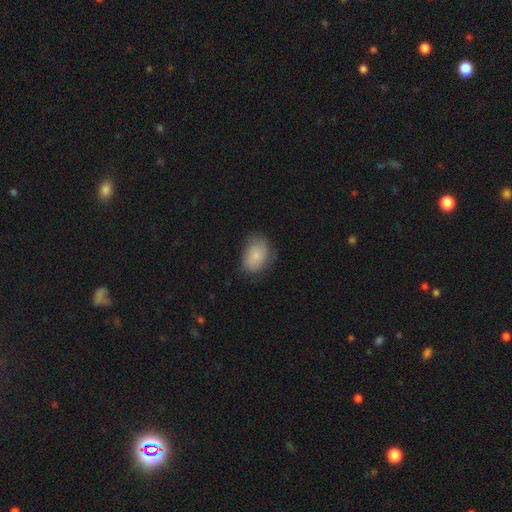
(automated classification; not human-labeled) Morphology: type=smooth (72%); roundness=in between (77%); merging=none (64%).